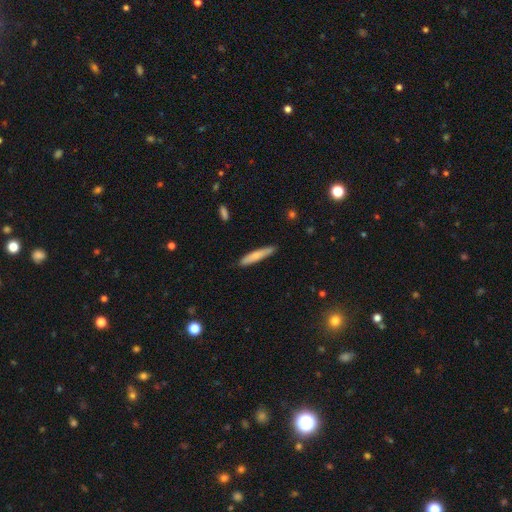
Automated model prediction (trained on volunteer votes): Q: Smooth or featured?
A: smooth (72%); runner-up: featured or disk (22%)
Q: How rounded?
A: cigar-shaped (90%); runner-up: in between (8%)
Q: Merging?
A: none (86%); runner-up: minor disturbance (11%)